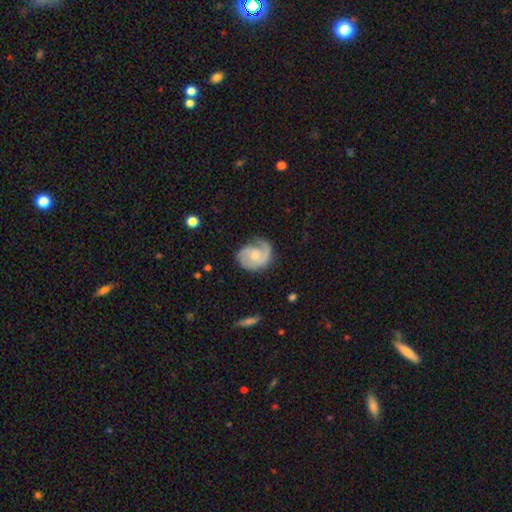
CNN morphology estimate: Overall: featured or disk (78%). Edge-on disk: no (98%). Bar: no (65%; weak 30%). Spiral arms: yes (94%). Spiral arm count: 2 (57%; 1 31%). Spiral winding: medium (44%; tight 37%). Bulge size: small (46%; moderate 45%). Merging: none (64%).